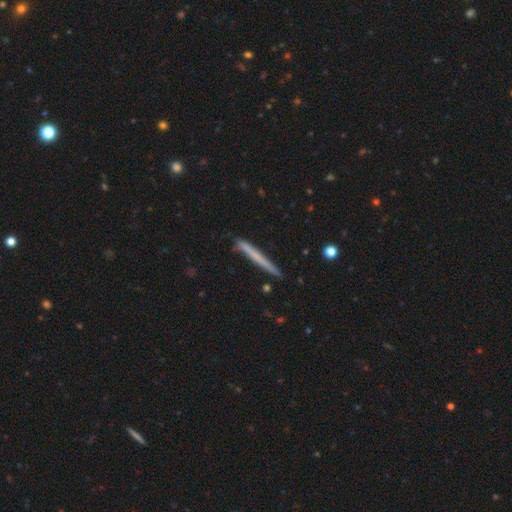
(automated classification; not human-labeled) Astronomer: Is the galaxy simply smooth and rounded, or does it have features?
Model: smooth — 56% (runner-up: featured or disk, 38%).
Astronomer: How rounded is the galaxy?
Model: cigar-shaped — 97%.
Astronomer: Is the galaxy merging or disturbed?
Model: none — 87%.